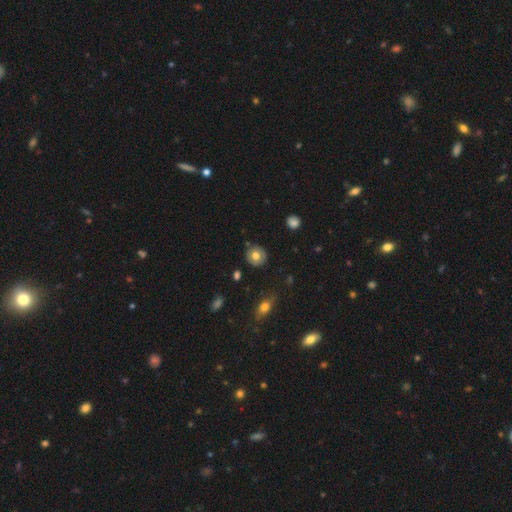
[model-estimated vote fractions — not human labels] A smooth galaxy with no disk features (72%) that is round (88%). Merging: none (85%).